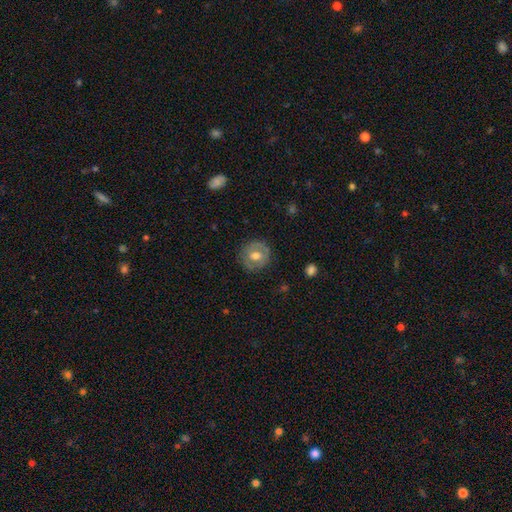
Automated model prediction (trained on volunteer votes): This is possibly a smooth galaxy (50%). How rounded: clearly round (85%). Merging: likely none (78%).